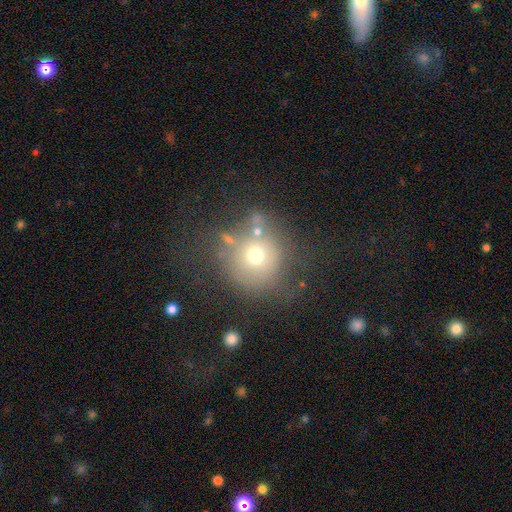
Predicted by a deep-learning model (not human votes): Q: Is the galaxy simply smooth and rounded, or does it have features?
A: smooth — 63%.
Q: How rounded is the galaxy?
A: round — 91%.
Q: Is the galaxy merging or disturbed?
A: none — 62%.